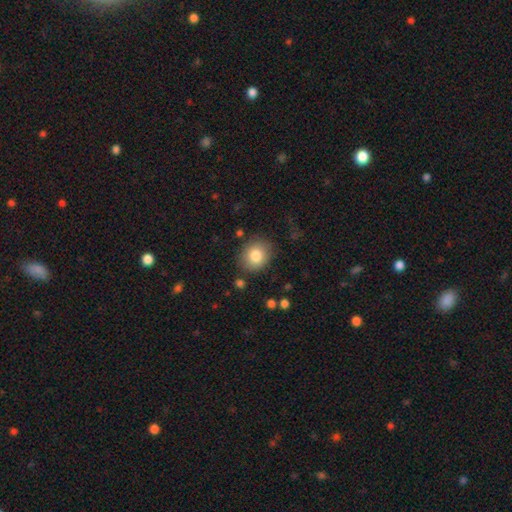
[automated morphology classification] Smooth or featured? Predicted: smooth (p=0.82). How rounded? Predicted: round (p=0.65). Merging? Predicted: none (p=0.83).